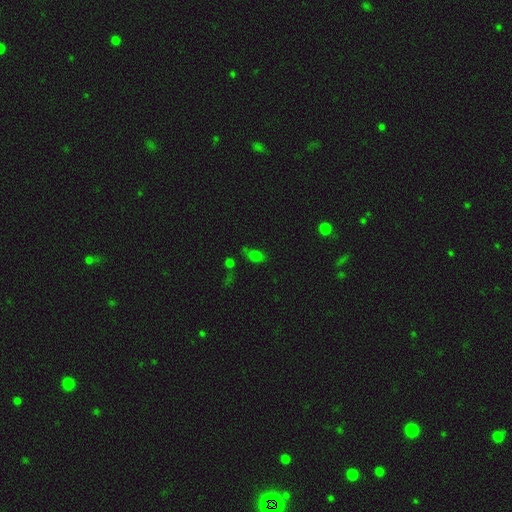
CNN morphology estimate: This appears to be a smooth galaxy with no disk features (65%) that is in between round and cigar-shaped (76%). Merging: none (52%).